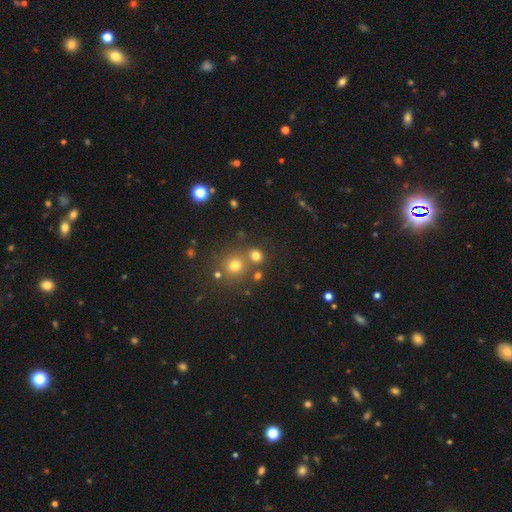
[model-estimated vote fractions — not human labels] The model was most divided on "merging": none: 68%, merger: 20%, minor disturbance: 8%, major disturbance: 4%. More confident: how rounded — round (83%); smooth or featured — smooth (72%).